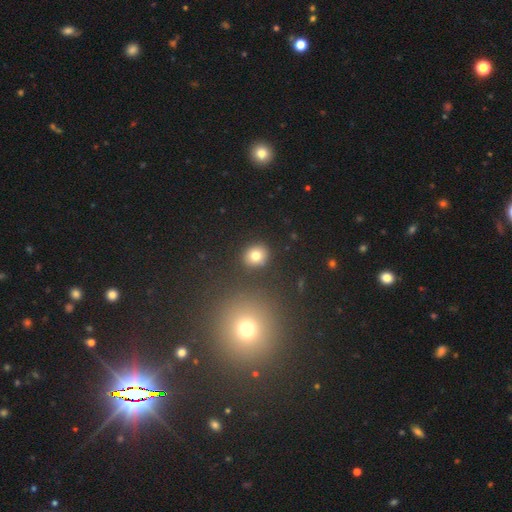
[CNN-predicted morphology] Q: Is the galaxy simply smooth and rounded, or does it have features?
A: smooth — 78%.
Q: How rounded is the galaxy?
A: round — 74%.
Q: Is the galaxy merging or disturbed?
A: none — 87%.